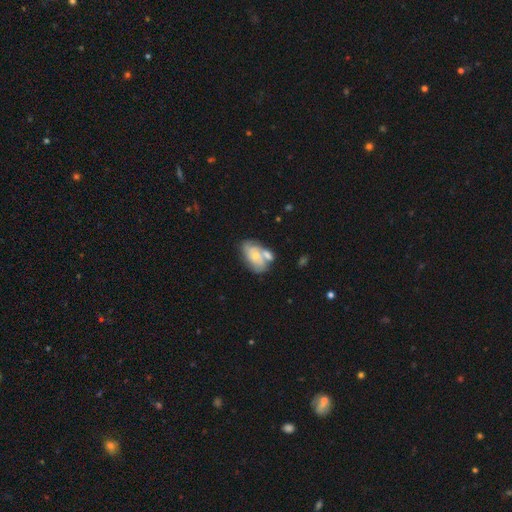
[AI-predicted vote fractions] Overall: featured or disk (58%; smooth 36%). Edge-on disk: no (96%). Bar: no (81%). Spiral arms: yes (69%; no 31%). Bulge size: small (53%; moderate 40%). Merging: merger (40%; none 33%).